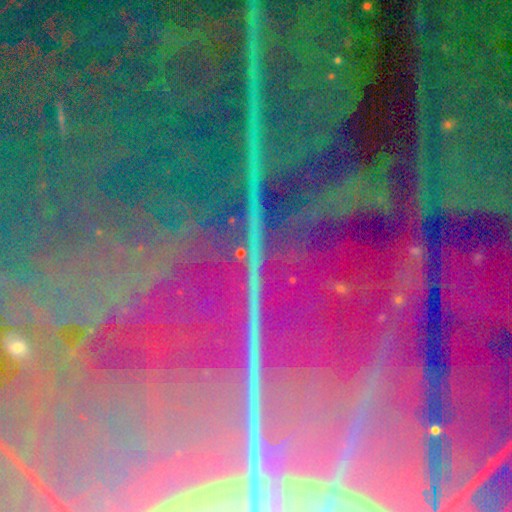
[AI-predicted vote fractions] This is clearly a star or artifact rather than a galaxy (89%).